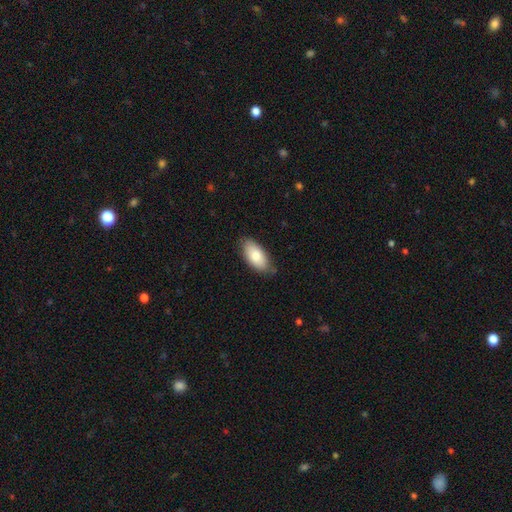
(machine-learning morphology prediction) Q: Smooth or featured?
A: smooth (80%); runner-up: featured or disk (14%)
Q: How rounded?
A: in between (92%); runner-up: cigar-shaped (6%)
Q: Merging?
A: none (78%); runner-up: minor disturbance (18%)